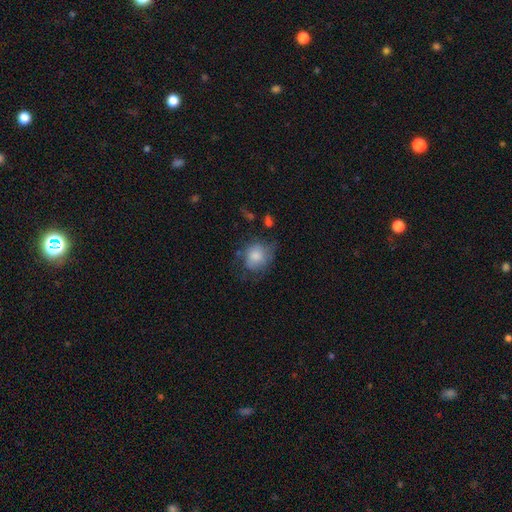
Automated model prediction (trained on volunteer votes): Overall: smooth (74%). How rounded: round (68%; in between 31%). Merging: none (49%; minor disturbance 31%).